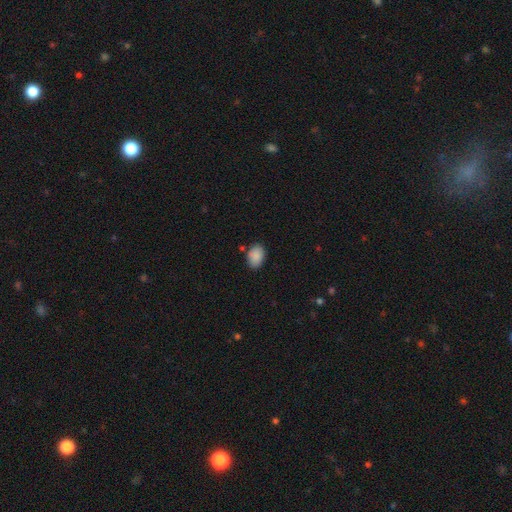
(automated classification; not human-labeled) smooth-or-featured: smooth: 89% | star or artifact: 7% | featured or disk: 4%
  how-rounded: in between: 84% | round: 15% | cigar-shaped: 1%
  merging: none: 80% | minor disturbance: 14% | merger: 4% | major disturbance: 3%